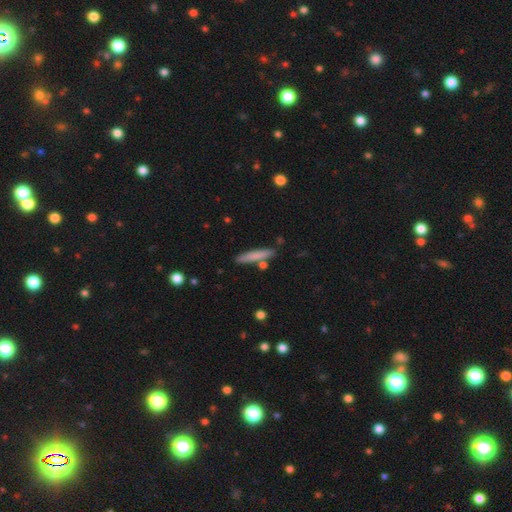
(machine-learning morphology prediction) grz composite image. It shows a smooth galaxy with no disk features (74%) that is cigar-shaped (93%). Merging: none (83%).